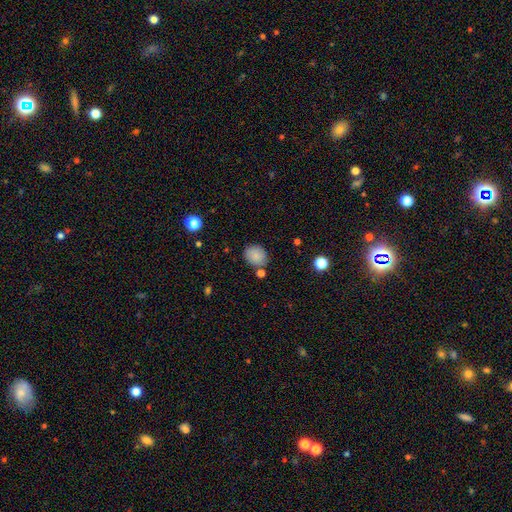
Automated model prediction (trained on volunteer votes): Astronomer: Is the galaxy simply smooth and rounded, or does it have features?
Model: smooth — 85%.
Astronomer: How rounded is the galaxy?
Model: round — 59% (runner-up: in between, 40%).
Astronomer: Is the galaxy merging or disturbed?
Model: none — 76%.